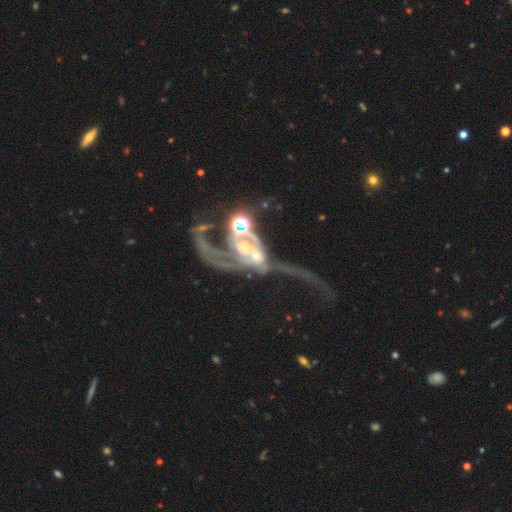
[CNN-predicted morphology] featured or disk 76%, smooth 12%, star or artifact 11%. Down the decision tree: edge-on disk — no (95%); bar — no (70%); spiral arms — yes (76%); spiral arm count — 2 (58%); spiral winding — loose (62%); bulge size — moderate (42%); merging — merger (59%).